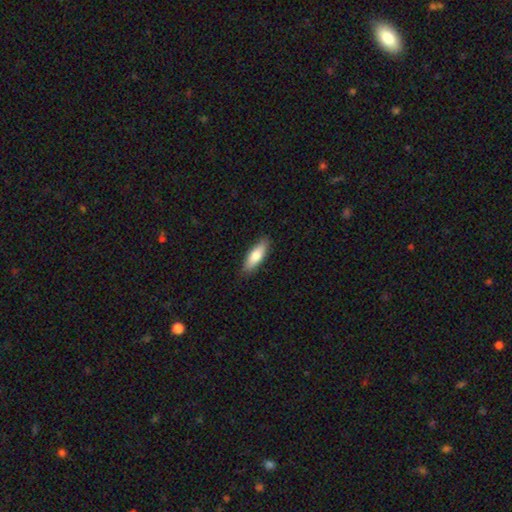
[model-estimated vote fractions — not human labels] Morphology: type=smooth (77%); roundness=in between (57%); merging=none (87%).